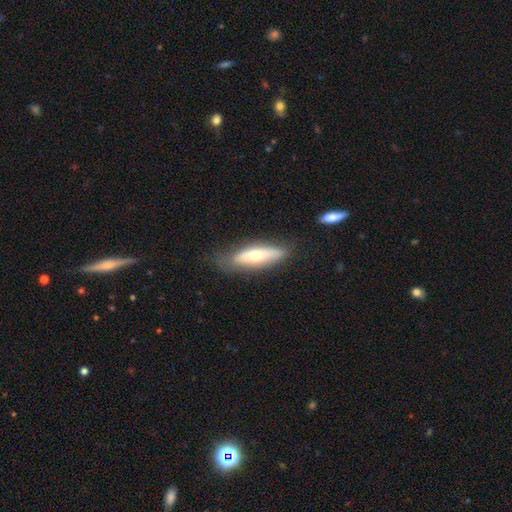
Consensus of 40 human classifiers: Smooth or featured? smooth (52%)
How rounded? in between (71%)
Merging? none (72%)